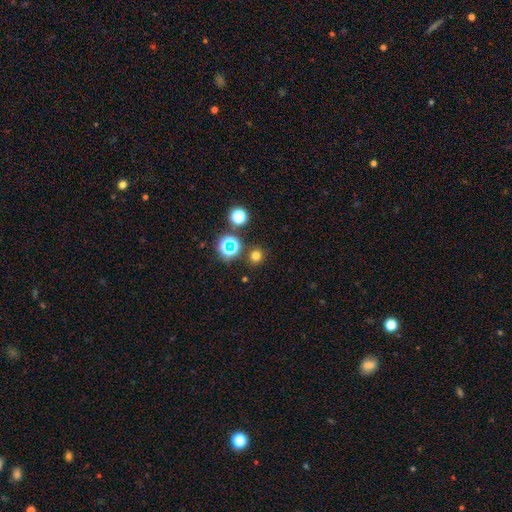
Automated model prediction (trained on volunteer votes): A smooth galaxy with no disk features (70%) that is round (92%).

Vote fractions:
- Smooth or featured? smooth: 70% / star or artifact: 25% / featured or disk: 6%
- How rounded? round: 92% / in between: 7% / cigar-shaped: 1%
- Merging? none: 87% / minor disturbance: 6% / merger: 4% / major disturbance: 3%